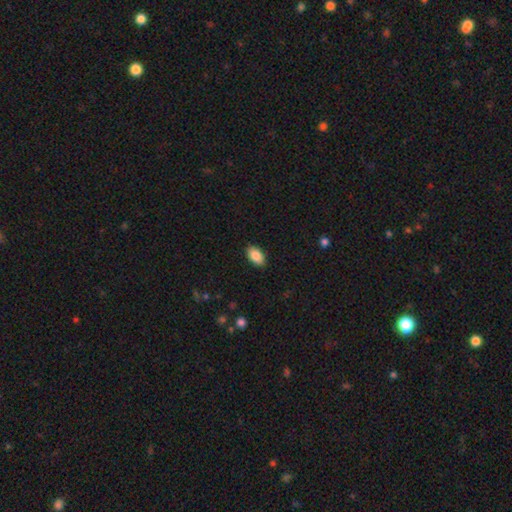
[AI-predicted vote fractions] Smooth or featured?
  - smooth: 87% *
  - star or artifact: 7%
  - featured or disk: 6%
How rounded?
  - in between: 94% *
  - round: 4%
  - cigar-shaped: 2%
Merging?
  - none: 89% *
  - minor disturbance: 8%
  - major disturbance: 2%
  - merger: 1%